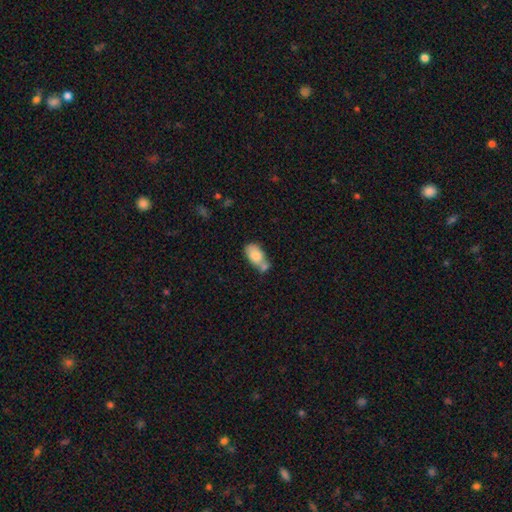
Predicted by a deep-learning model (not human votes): This is likely a smooth galaxy (78%). How rounded: clearly in between (90%). Merging: marginally none (38%).